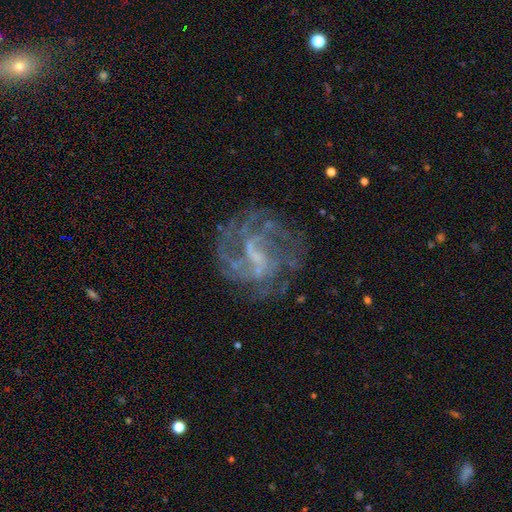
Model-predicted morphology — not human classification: The model was most divided on "spiral winding": medium: 41%, tight: 37%, loose: 22%. Remaining: edge-on disk — no (98%); spiral arms — yes (81%); smooth or featured — featured or disk (80%); merging — none (65%); bar — weak (50%); bulge size — none (45%); spiral arm count — can't tell (39%).